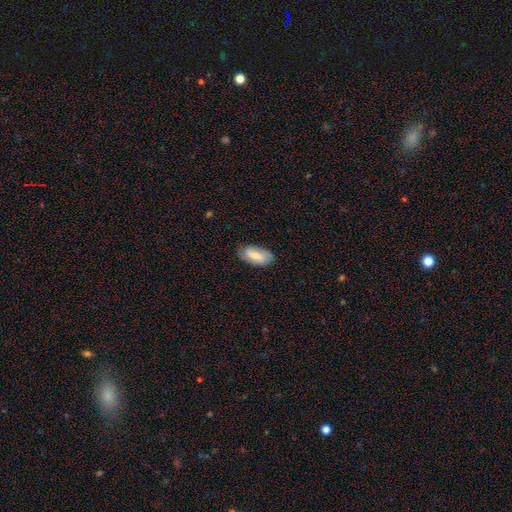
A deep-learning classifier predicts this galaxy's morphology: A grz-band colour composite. It shows a smooth galaxy with no disk features (60%) that is in between round and cigar-shaped (91%). Merging: none (77%).